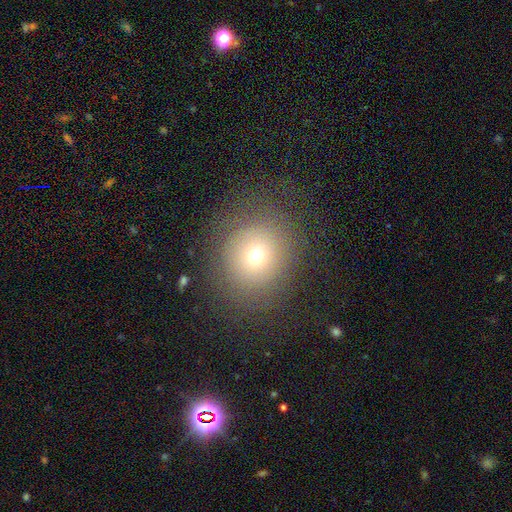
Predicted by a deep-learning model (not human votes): smooth-or-featured: smooth: 69% | star or artifact: 17% | featured or disk: 14%
  how-rounded: round: 85% | in between: 14% | cigar-shaped: 1%
  merging: none: 79% | minor disturbance: 11% | major disturbance: 9% | merger: 1%